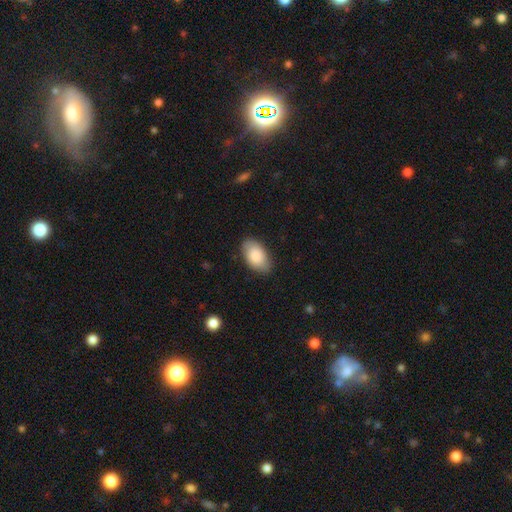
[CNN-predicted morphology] type=smooth (85%); roundness=in between (94%); merging=none (83%).